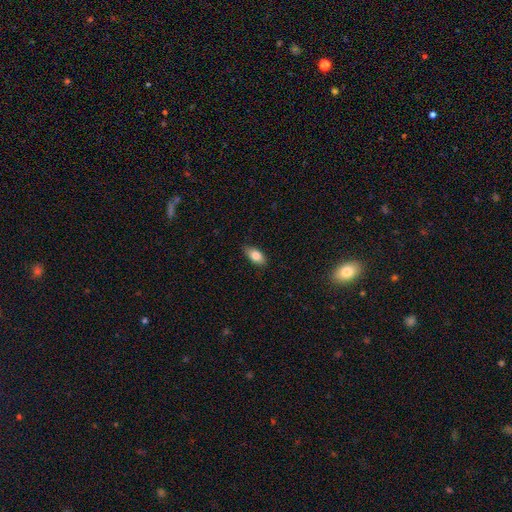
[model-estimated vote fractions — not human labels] smooth 79%, featured or disk 14%, star or artifact 7%. Down the decision tree: how rounded — in between (88%); merging — none (82%).